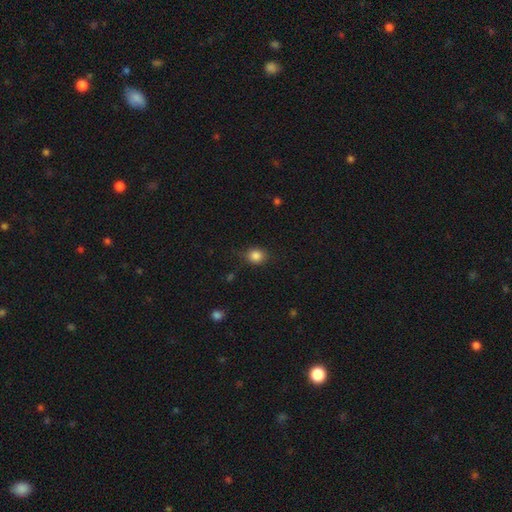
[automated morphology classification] Smooth or featured? Predicted: smooth (p=0.85). How rounded? Predicted: round (p=0.66). Merging? Predicted: none (p=0.80).